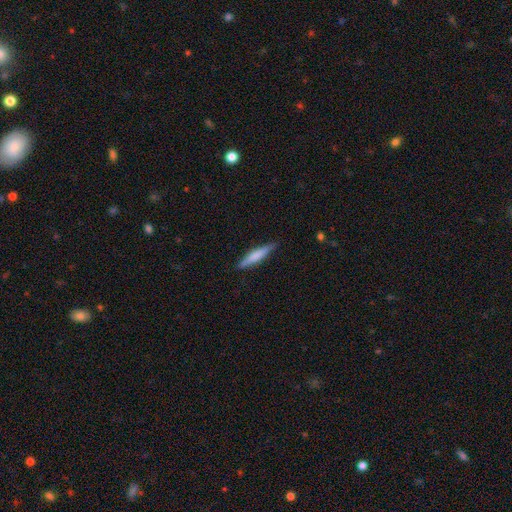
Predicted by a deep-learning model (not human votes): A smooth galaxy with no disk features (62%) that is cigar-shaped (87%). Merging: none (85%).